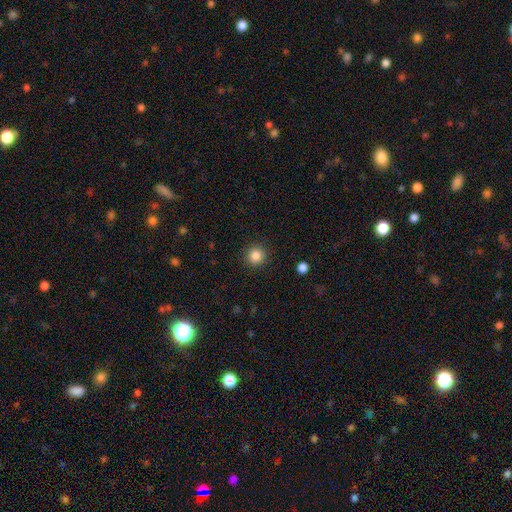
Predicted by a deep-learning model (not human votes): Smooth or featured?
  - smooth: 86% *
  - star or artifact: 10%
  - featured or disk: 4%
How rounded?
  - round: 93% *
  - in between: 6%
  - cigar-shaped: 1%
Merging?
  - none: 91% *
  - minor disturbance: 6%
  - major disturbance: 2%
  - merger: 1%